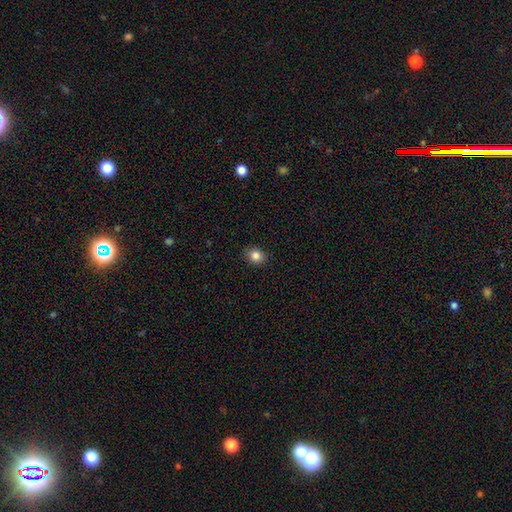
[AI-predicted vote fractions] Smooth or featured? smooth (84%)
How rounded? round (70%)
Merging? none (90%)